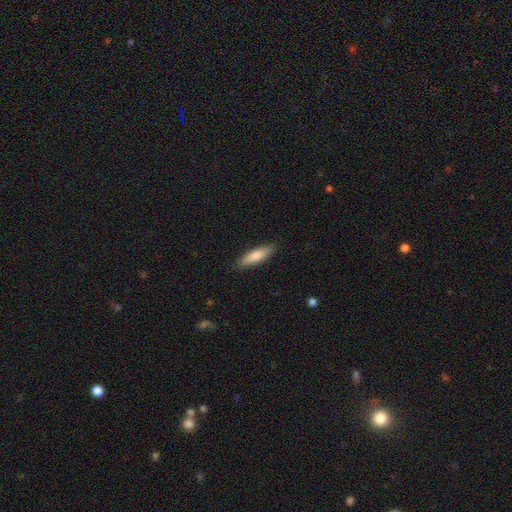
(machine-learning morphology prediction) smooth 80%, featured or disk 14%, star or artifact 6%. Down the decision tree: how rounded — cigar-shaped (64%); merging — none (87%).